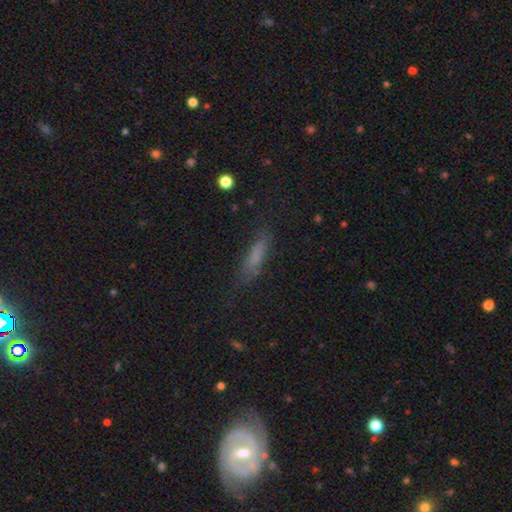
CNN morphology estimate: smooth 69%, featured or disk 19%, star or artifact 12%. Down the decision tree: how rounded — cigar-shaped (73%); merging — none (72%).